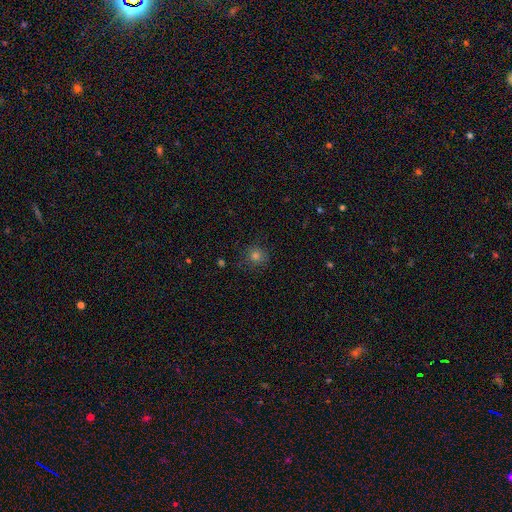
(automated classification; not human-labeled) A smooth galaxy with no disk features (73%) that is round (92%). Merging: none (87%).